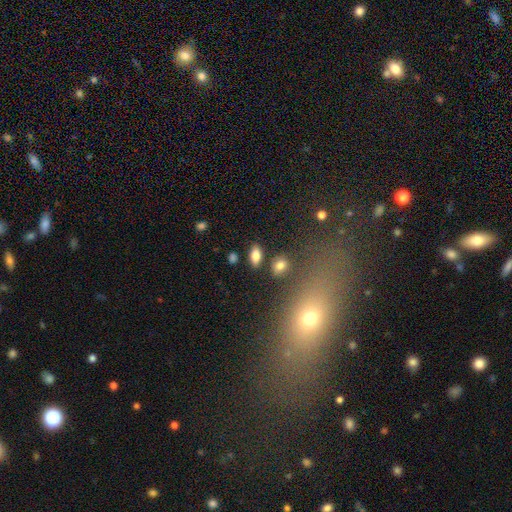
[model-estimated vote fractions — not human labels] Overall: smooth (79%). How rounded: in between (88%). Merging: none (80%).